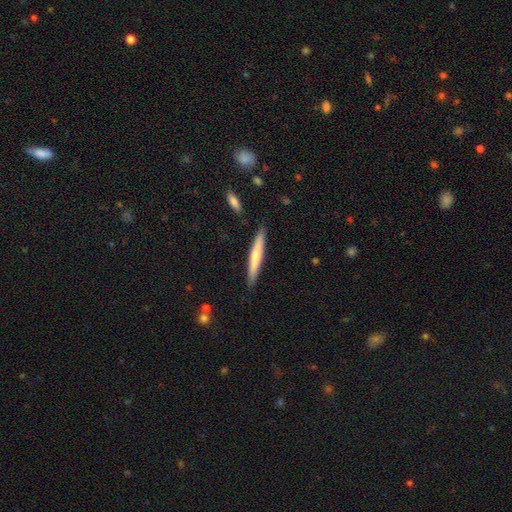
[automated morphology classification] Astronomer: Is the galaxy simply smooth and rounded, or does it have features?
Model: smooth — 63%.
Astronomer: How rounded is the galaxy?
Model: cigar-shaped — 94%.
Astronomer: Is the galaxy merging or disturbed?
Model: none — 88%.